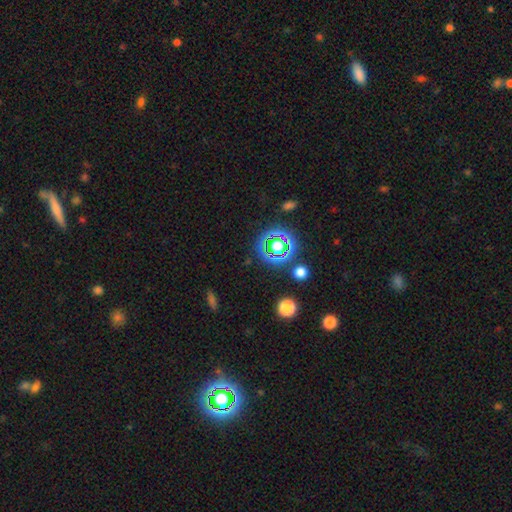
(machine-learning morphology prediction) A star or artifact, not a galaxy (75%).